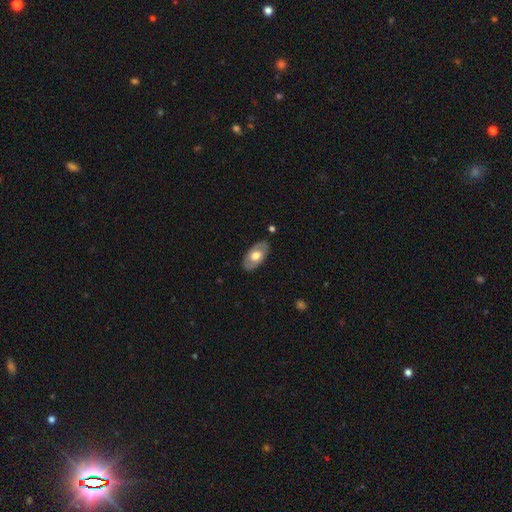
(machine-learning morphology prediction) Overall: smooth (55%; featured or disk 39%). How rounded: in between (92%). Merging: none (83%).